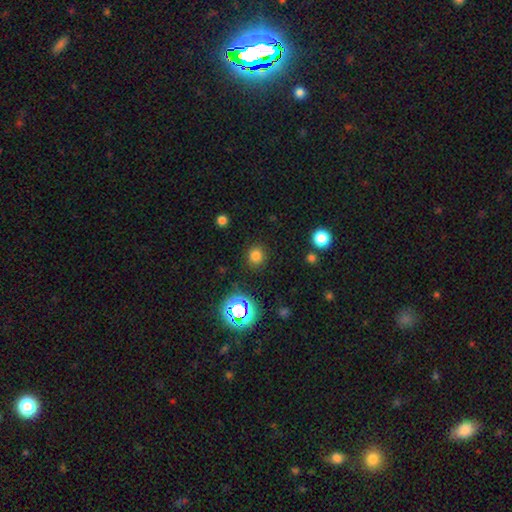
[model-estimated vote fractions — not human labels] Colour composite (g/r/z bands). It shows a smooth galaxy with no disk features (75%) that is round (88%). Merging: none (89%).